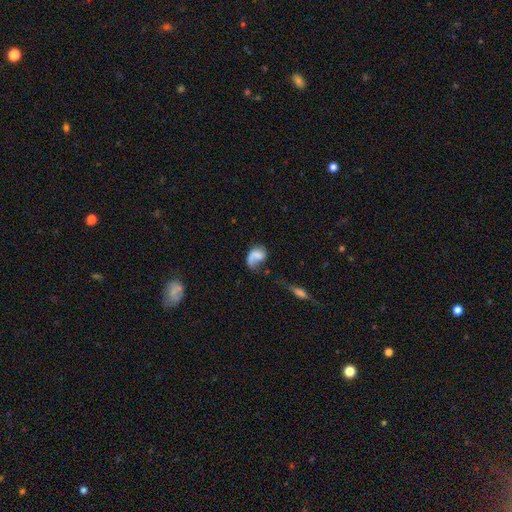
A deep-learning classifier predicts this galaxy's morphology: Overall: smooth (48%; featured or disk 43%). Merging: major disturbance (38%; none 28%).